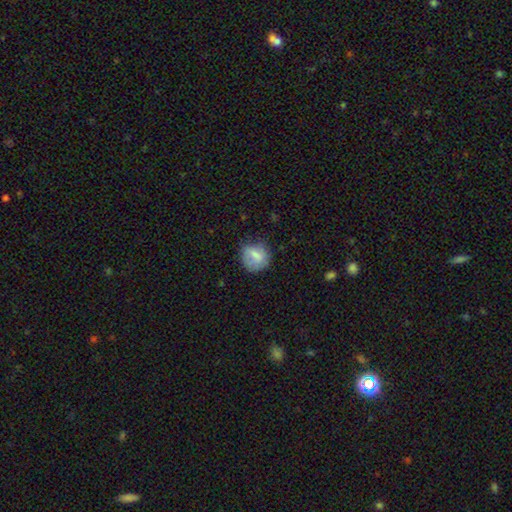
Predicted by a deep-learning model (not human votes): Morphology: type=smooth (73%); roundness=round (75%); merging=none (62%).